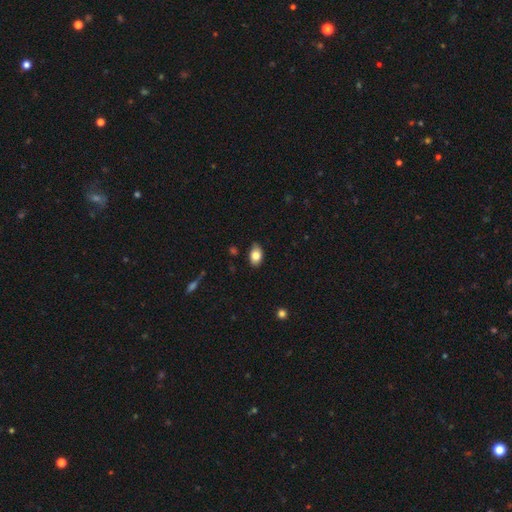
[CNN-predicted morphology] This appears to be a smooth galaxy with no disk features (83%) that is in between round and cigar-shaped (88%). Merging: none (83%).